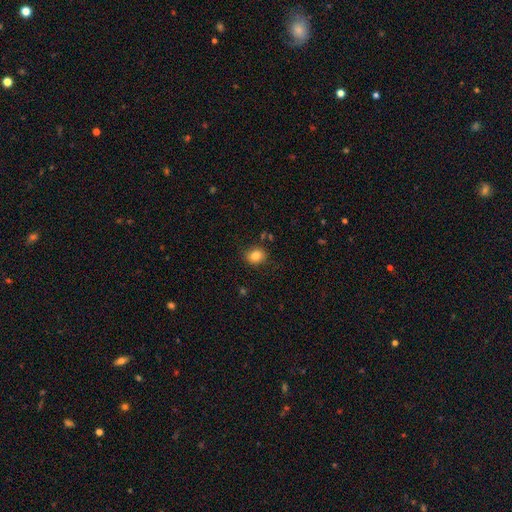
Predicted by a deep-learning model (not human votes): Smooth or featured?
  - smooth: 83% *
  - star or artifact: 10%
  - featured or disk: 7%
How rounded?
  - round: 61% *
  - in between: 38%
  - cigar-shaped: 1%
Merging?
  - none: 84% *
  - minor disturbance: 11%
  - major disturbance: 3%
  - merger: 2%